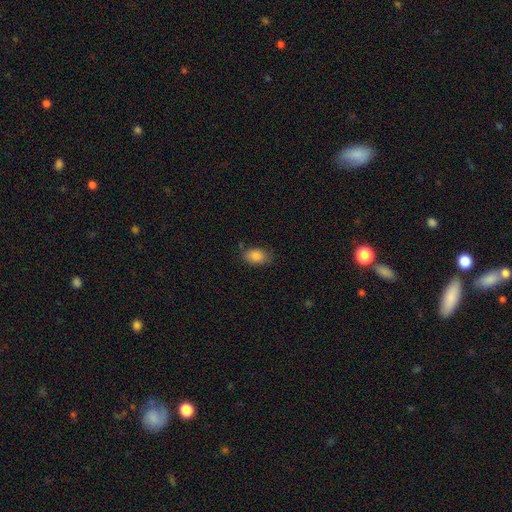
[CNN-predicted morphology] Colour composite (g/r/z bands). It shows a smooth galaxy with no disk features (86%) that is in between round and cigar-shaped (84%). Merging: none (74%).